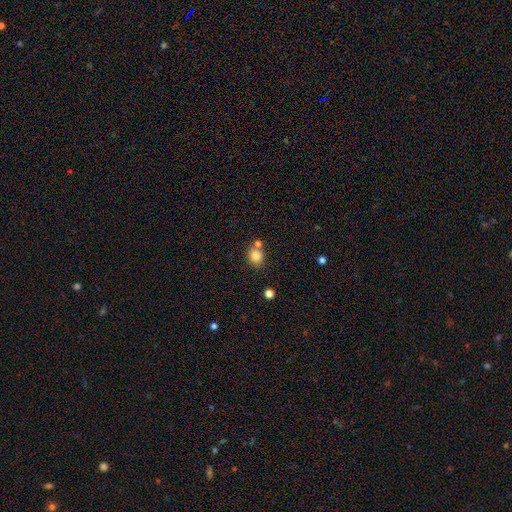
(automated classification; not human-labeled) Smooth or featured? Predicted: smooth (p=0.82). How rounded? Predicted: round (p=0.74). Merging? Predicted: none (p=0.64).